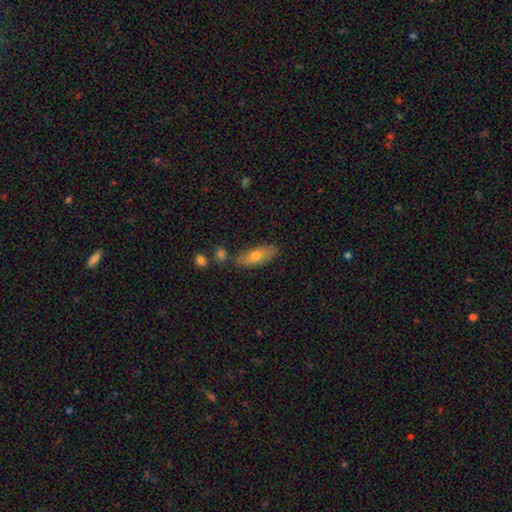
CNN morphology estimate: A smooth galaxy with no disk features (68%) that is in between round and cigar-shaped (70%). Merging: none (75%).